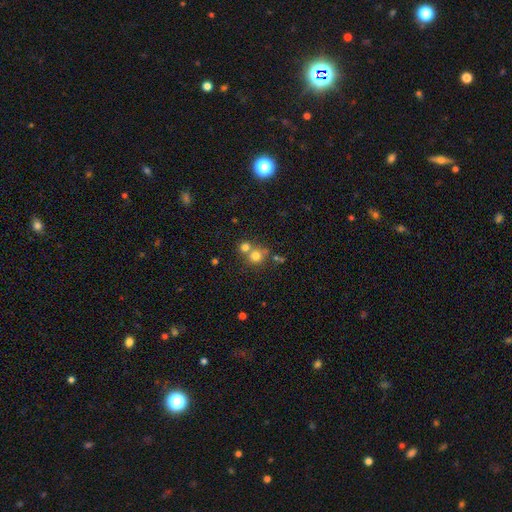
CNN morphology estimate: smooth_or_featured: smooth (p=0.74) [alt: star or artifact p=0.14]
how_rounded: round (p=0.87) [alt: in between p=0.12]
merging: none (p=0.47) [alt: merger p=0.43]